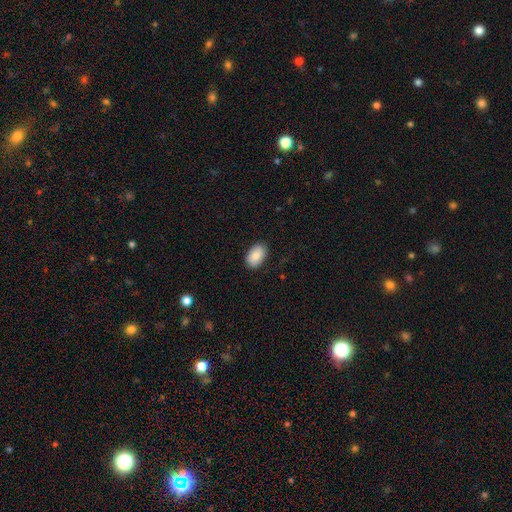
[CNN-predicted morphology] smooth 85%, featured or disk 9%, star or artifact 7%. Down the decision tree: how rounded — in between (90%); merging — none (85%).